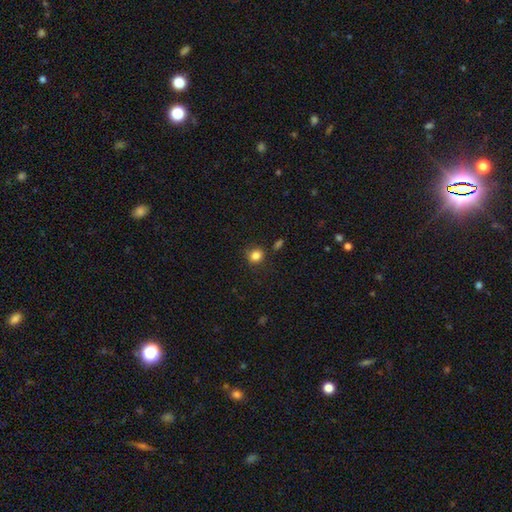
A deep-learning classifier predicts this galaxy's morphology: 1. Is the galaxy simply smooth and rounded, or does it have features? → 83% smooth, 11% star or artifact, 6% featured or disk.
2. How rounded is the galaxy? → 75% round, 24% in between, 1% cigar-shaped.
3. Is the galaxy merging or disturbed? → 81% none, 12% minor disturbance, 4% merger, 3% major disturbance.